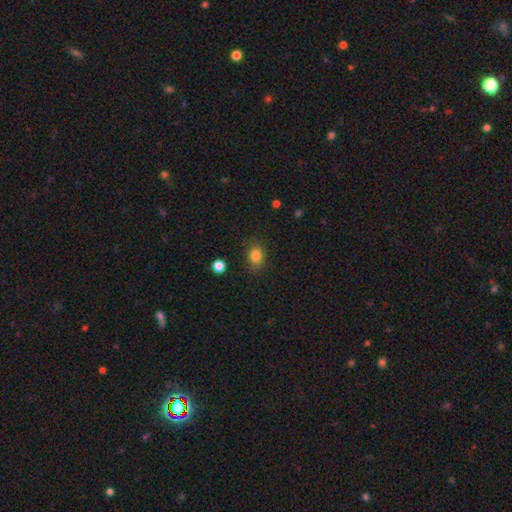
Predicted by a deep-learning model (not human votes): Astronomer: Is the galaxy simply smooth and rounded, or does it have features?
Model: smooth — 83%.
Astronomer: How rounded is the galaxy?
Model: in between — 57% (runner-up: round, 42%).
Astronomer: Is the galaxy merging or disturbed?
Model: none — 79%.